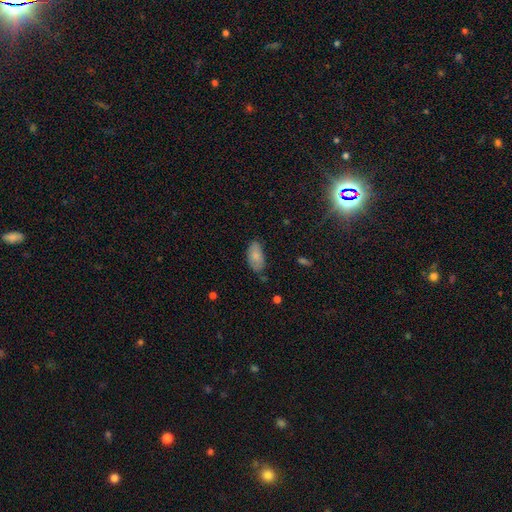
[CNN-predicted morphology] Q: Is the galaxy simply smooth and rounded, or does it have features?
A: smooth — 80%.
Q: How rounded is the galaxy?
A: in between — 94%.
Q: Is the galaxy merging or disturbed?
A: none — 71%.